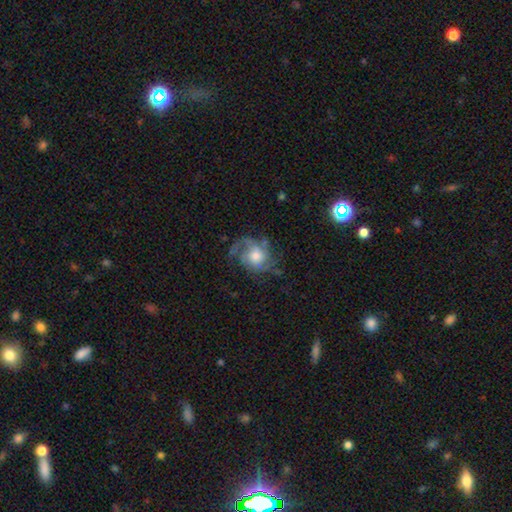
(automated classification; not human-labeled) Smooth or featured: featured or disk — 75% (smooth — 17%)
Edge-on disk: no — 97% (yes — 3%)
Bar: no — 76% (weak — 21%)
Spiral arms: yes — 92% (no — 8%)
Spiral winding: medium — 45% (tight — 29%)
Spiral arm count: 3 — 27% (can't tell — 25%)
Bulge size: moderate — 55% (large — 26%)
Merging: none — 58% (major disturbance — 20%)